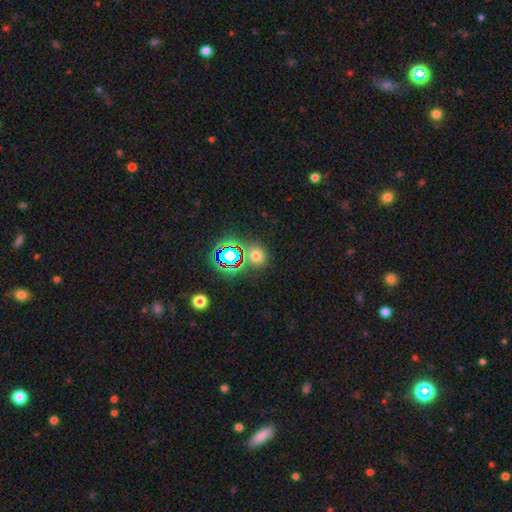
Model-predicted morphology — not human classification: This is possibly a smooth galaxy (58%). How rounded: likely round (76%). Merging: likely none (75%).